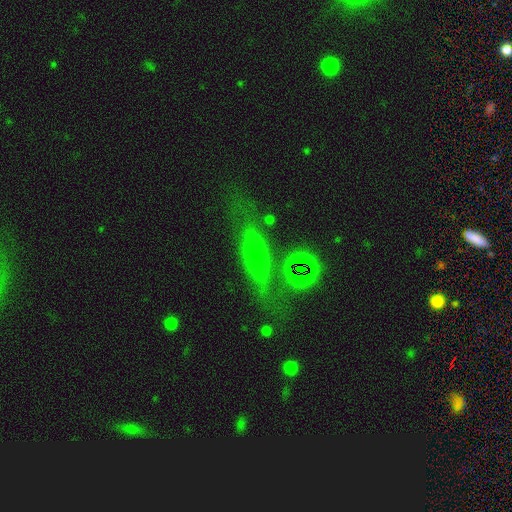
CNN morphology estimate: smooth-or-featured: smooth: 42% | featured or disk: 40% | star or artifact: 18%
  merging: none: 66% | minor disturbance: 18% | major disturbance: 10% | merger: 6%